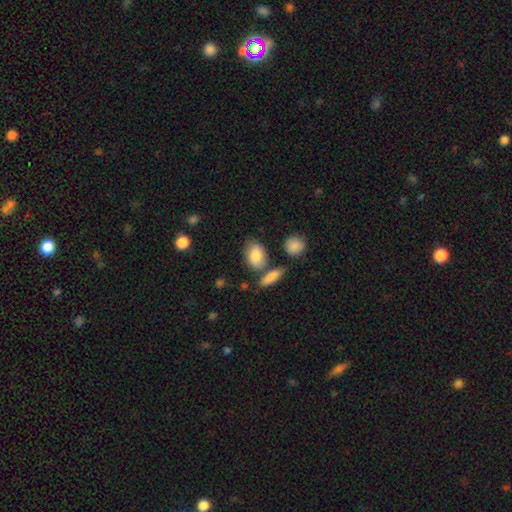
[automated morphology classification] Smooth or featured? Predicted: smooth (p=0.85). How rounded? Predicted: in between (p=0.86). Merging? Predicted: none (p=0.65).